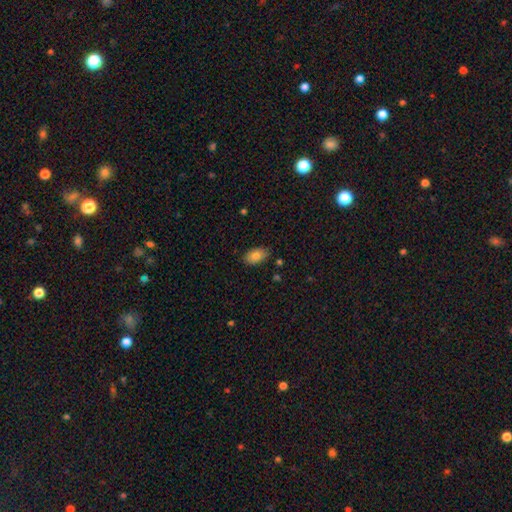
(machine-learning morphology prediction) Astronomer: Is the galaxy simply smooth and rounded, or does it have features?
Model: smooth — 81%.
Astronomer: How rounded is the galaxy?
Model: in between — 91%.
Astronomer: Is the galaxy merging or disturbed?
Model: none — 82%.